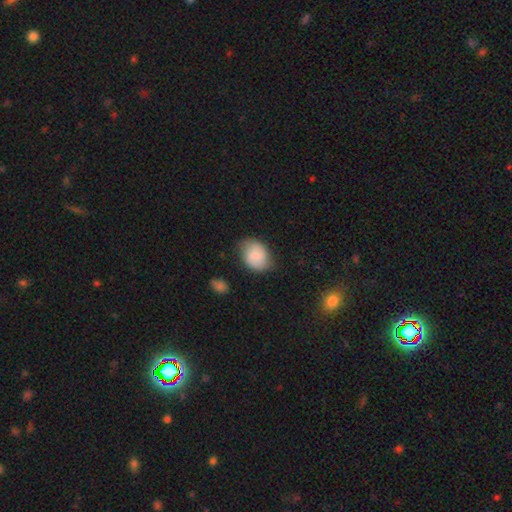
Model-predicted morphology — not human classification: smooth-or-featured: smooth: 69% | featured or disk: 23% | star or artifact: 8%
  how-rounded: in between: 63% | round: 36% | cigar-shaped: 1%
  merging: none: 70% | minor disturbance: 23% | major disturbance: 6% | merger: 2%